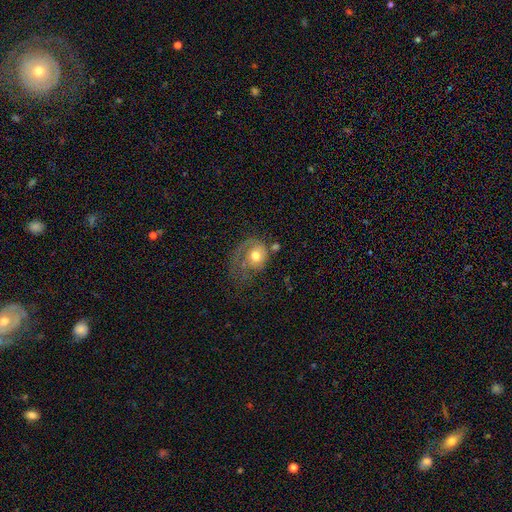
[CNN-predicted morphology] Smooth or featured? Predicted: featured or disk (p=0.49). Merging? Predicted: major disturbance (p=0.46).